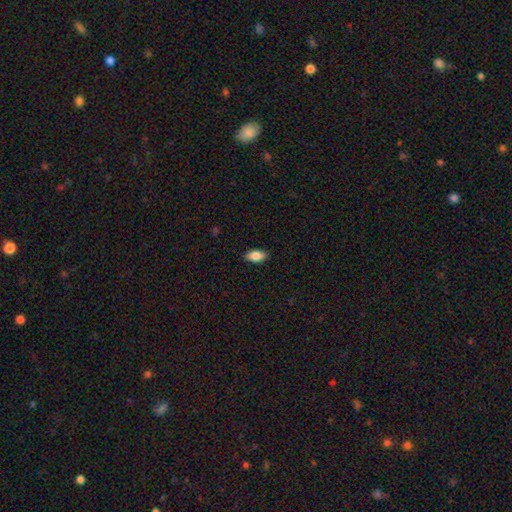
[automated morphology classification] smooth-or-featured: smooth: 84% | featured or disk: 9% | star or artifact: 7%
  how-rounded: in between: 90% | cigar-shaped: 6% | round: 4%
  merging: none: 88% | minor disturbance: 9% | major disturbance: 2% | merger: 1%